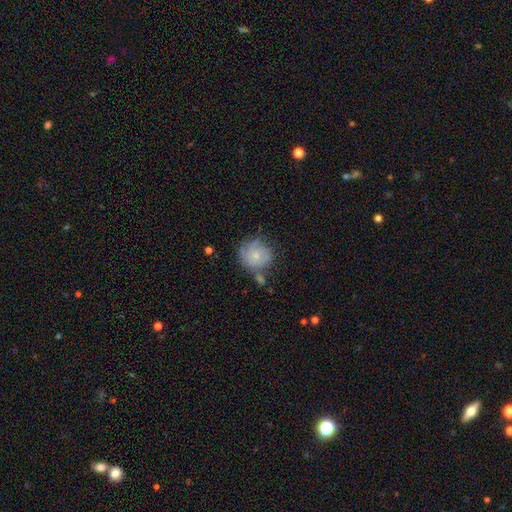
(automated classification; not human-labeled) Morphology: type=smooth (48%); merging=none (50%).